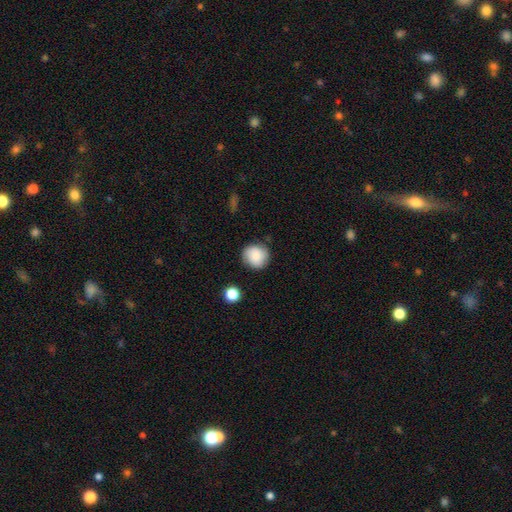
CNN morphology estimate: Smooth or featured: smooth — 78% (featured or disk — 14%)
How rounded: round — 91% (in between — 8%)
Merging: none — 82% (minor disturbance — 13%)